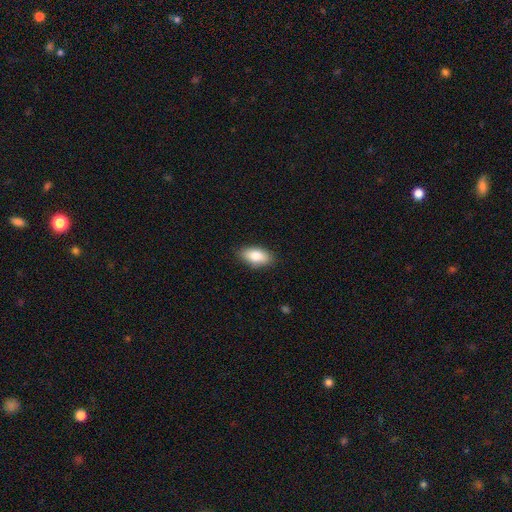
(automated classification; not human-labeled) smooth-or-featured: smooth: 82% | featured or disk: 11% | star or artifact: 7%
  how-rounded: in between: 90% | cigar-shaped: 6% | round: 4%
  merging: none: 87% | minor disturbance: 10% | major disturbance: 2% | merger: 1%